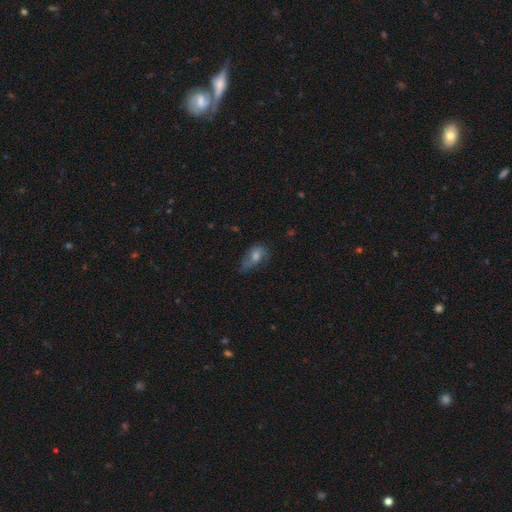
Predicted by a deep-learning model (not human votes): smooth-or-featured: smooth: 48% | featured or disk: 37% | star or artifact: 14%
  merging: none: 46% | minor disturbance: 33% | major disturbance: 18% | merger: 2%